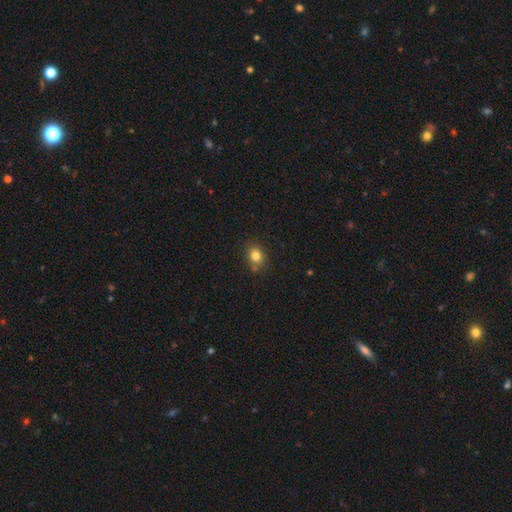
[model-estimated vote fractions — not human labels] Q: Smooth or featured?
A: smooth (82%); runner-up: star or artifact (11%)
Q: How rounded?
A: round (53%); runner-up: in between (46%)
Q: Merging?
A: none (76%); runner-up: minor disturbance (14%)